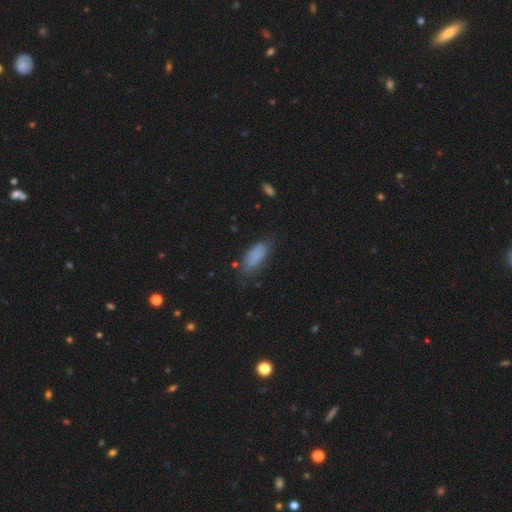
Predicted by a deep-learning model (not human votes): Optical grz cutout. It shows a smooth galaxy with no disk features (84%) that is in between round and cigar-shaped (77%). Merging: none (67%).